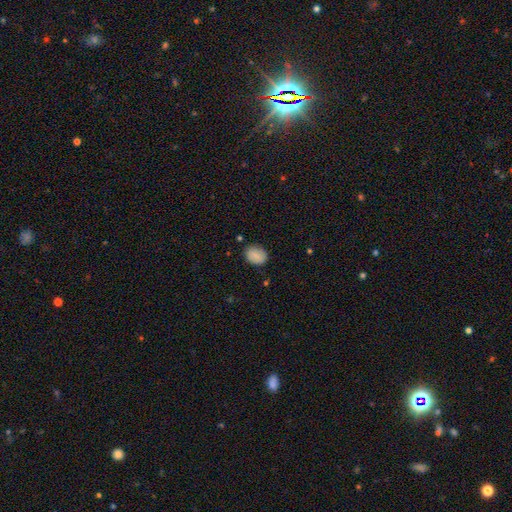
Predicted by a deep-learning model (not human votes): Q: Smooth or featured?
A: smooth (87%); runner-up: star or artifact (8%)
Q: How rounded?
A: in between (60%); runner-up: round (39%)
Q: Merging?
A: none (82%); runner-up: minor disturbance (13%)